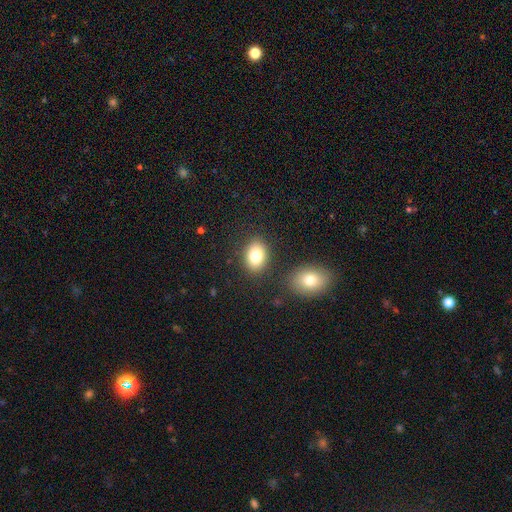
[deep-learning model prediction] smooth-or-featured: smooth: 80% | featured or disk: 10% | star or artifact: 9%
  how-rounded: in between: 74% | round: 25% | cigar-shaped: 1%
  merging: none: 82% | minor disturbance: 9% | merger: 5% | major disturbance: 3%